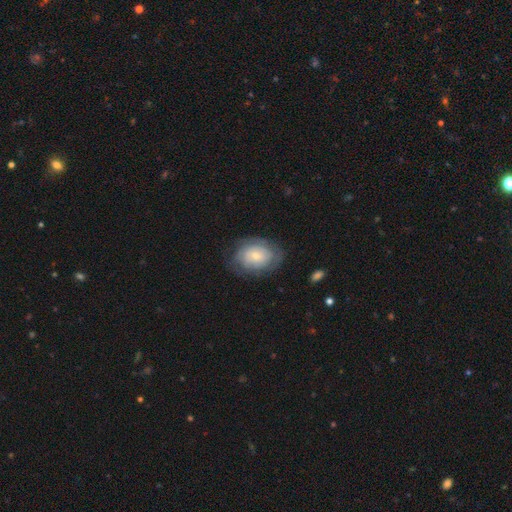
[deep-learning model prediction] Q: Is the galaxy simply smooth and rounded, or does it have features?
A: smooth — 48%.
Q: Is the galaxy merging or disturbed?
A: none — 71%.